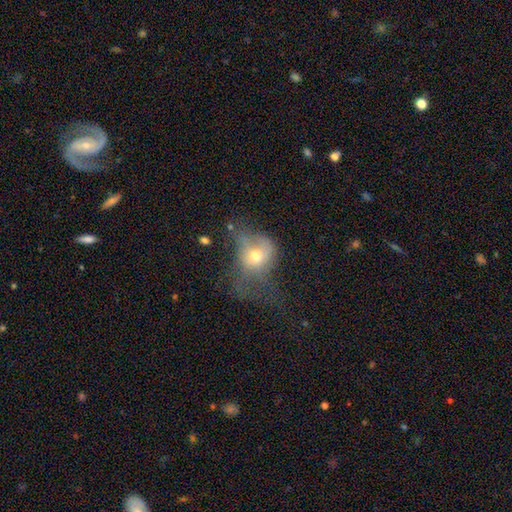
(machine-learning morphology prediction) Smooth or featured? smooth (57%)
How rounded? round (58%)
Merging? major disturbance (49%)